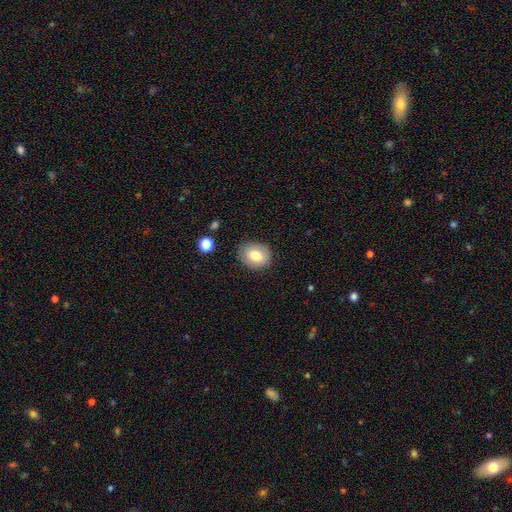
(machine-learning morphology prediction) A smooth galaxy with no disk features (77%) that is in between round and cigar-shaped (52%). Merging: none (82%).